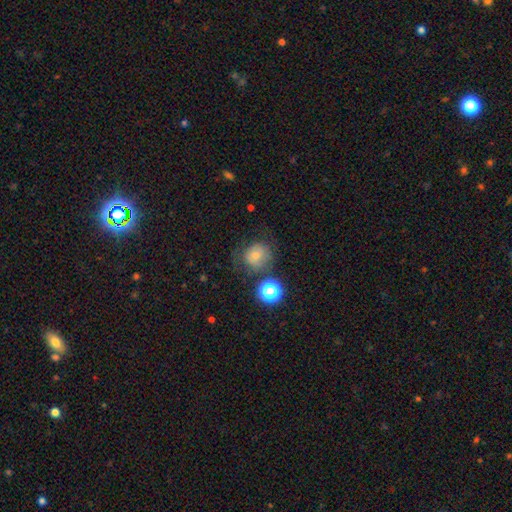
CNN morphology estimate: Smooth or featured? smooth (71%)
How rounded? round (83%)
Merging? none (60%)